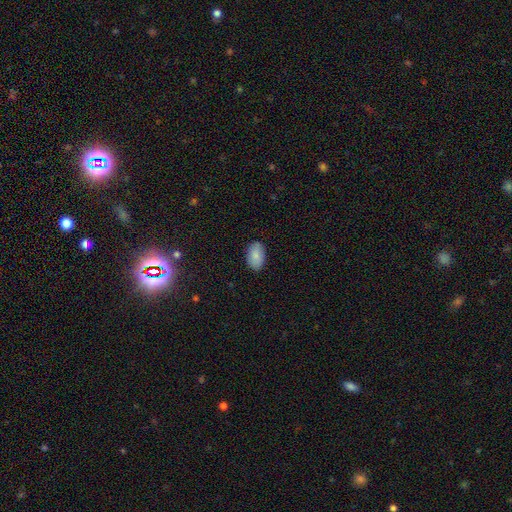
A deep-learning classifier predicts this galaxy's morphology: smooth_or_featured: smooth (p=0.86) [alt: featured or disk p=0.08]
how_rounded: in between (p=0.93) [alt: round p=0.06]
merging: none (p=0.85) [alt: minor disturbance p=0.11]